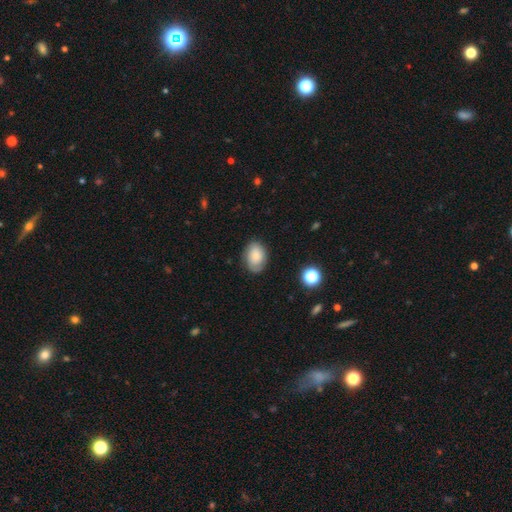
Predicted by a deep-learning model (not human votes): smooth 66%, featured or disk 25%, star or artifact 9%. Down the decision tree: how rounded — in between (78%); merging — none (76%).